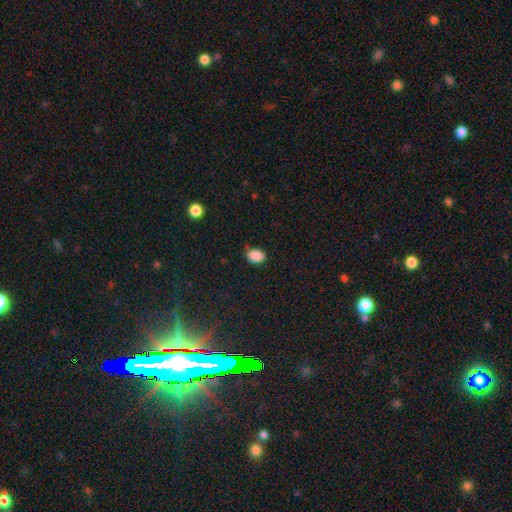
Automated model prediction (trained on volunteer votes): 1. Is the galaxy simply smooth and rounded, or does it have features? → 88% smooth, 9% star or artifact, 3% featured or disk.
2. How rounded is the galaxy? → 73% in between, 26% round, 1% cigar-shaped.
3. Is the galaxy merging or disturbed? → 74% none, 20% minor disturbance, 4% major disturbance, 2% merger.